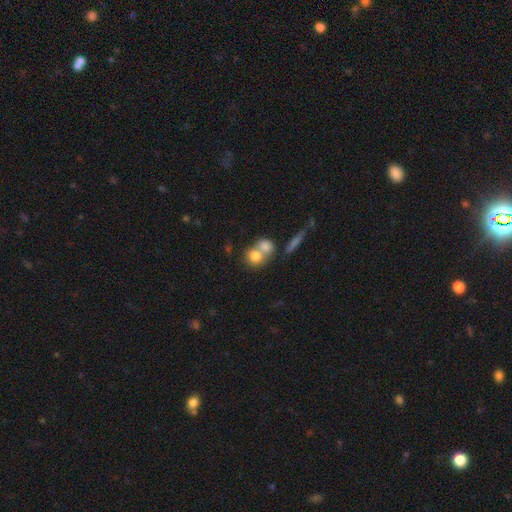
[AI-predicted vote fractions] Smooth or featured? smooth (76%)
How rounded? round (69%)
Merging? merger (55%)